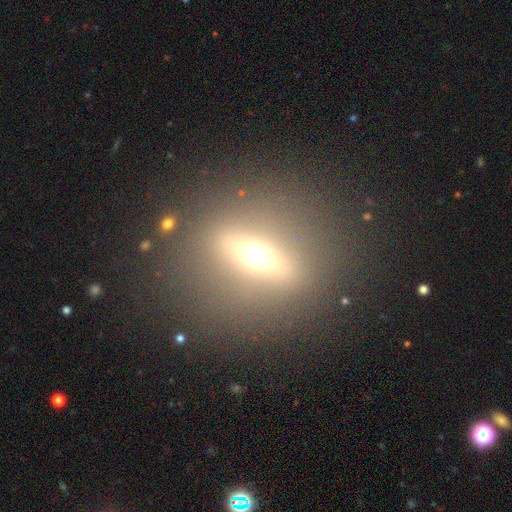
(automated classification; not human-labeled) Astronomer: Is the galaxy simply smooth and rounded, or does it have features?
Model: featured or disk — 62%.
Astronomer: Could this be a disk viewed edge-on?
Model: yes — 70%.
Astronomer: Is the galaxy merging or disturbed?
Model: none — 84%.